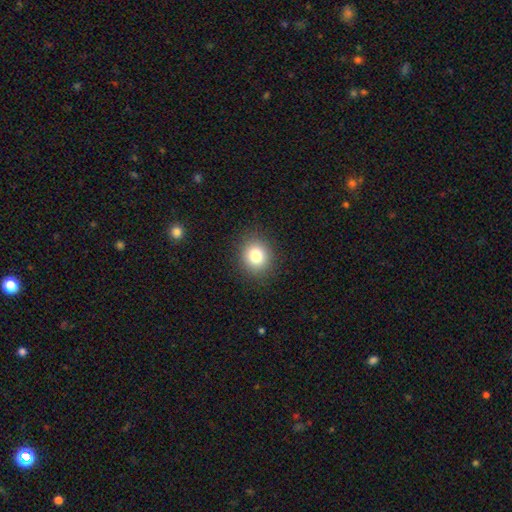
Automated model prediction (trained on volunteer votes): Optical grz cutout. It shows a smooth galaxy with no disk features (80%) that is round (79%). Merging: none (90%).